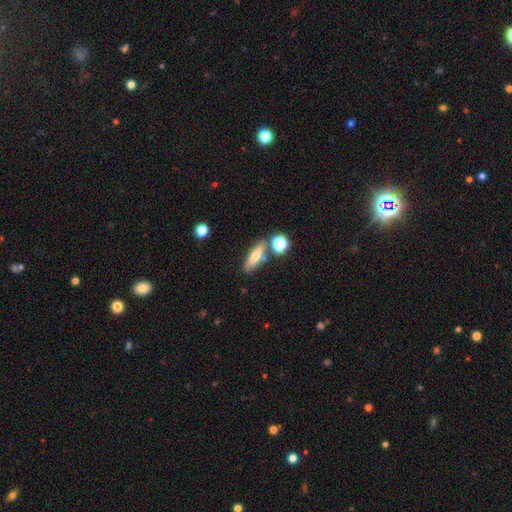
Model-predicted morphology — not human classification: smooth-or-featured: smooth: 63% | featured or disk: 28% | star or artifact: 9%
  how-rounded: cigar-shaped: 57% | in between: 36% | round: 6%
  merging: none: 71% | merger: 13% | minor disturbance: 12% | major disturbance: 4%